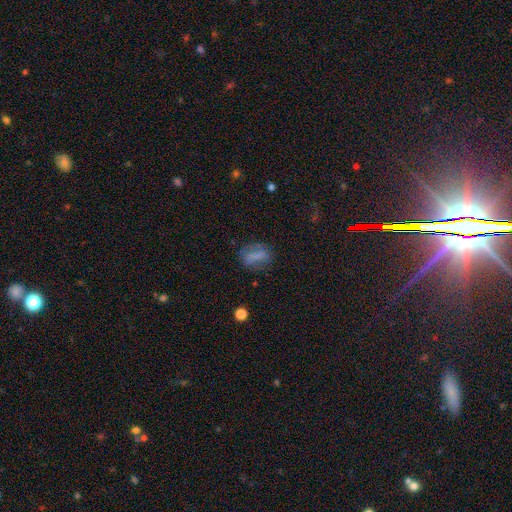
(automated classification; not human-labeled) The model was most divided on "merging": none: 62%, minor disturbance: 22%, major disturbance: 14%, merger: 3%. More confident: how rounded — in between (68%); smooth or featured — smooth (65%).